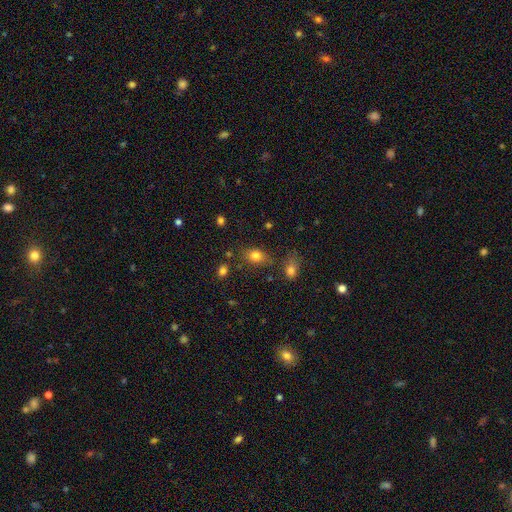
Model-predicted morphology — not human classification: A smooth galaxy with no disk features (80%) that is in between round and cigar-shaped (70%). Merging: none (71%).